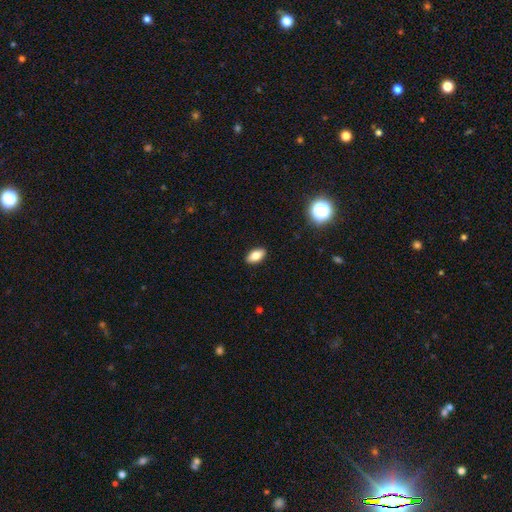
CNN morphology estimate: A smooth galaxy with no disk features (81%) that is in between round and cigar-shaped (91%). Merging: none (90%).